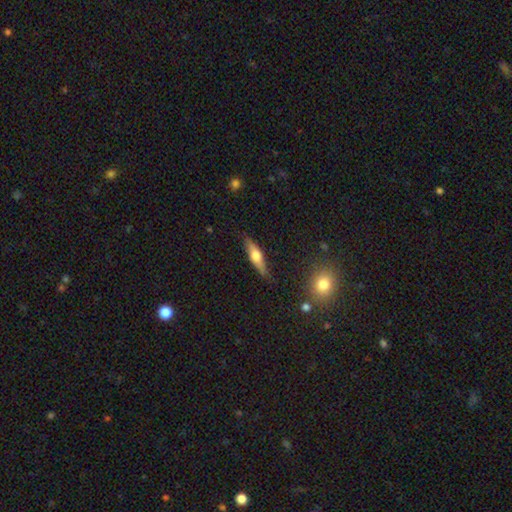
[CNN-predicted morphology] A featured or disk galaxy (54%) viewed edge-on (93%) with a rounded central bulge (90%).

Vote fractions:
- Smooth or featured? featured or disk: 54% / smooth: 40% / star or artifact: 6%
- Edge-on disk? yes: 93% / no: 7%
- Edge-on bulge? rounded: 90% / boxy: 7% / none: 3%
- Merging? none: 85% / minor disturbance: 11% / major disturbance: 2% / merger: 2%